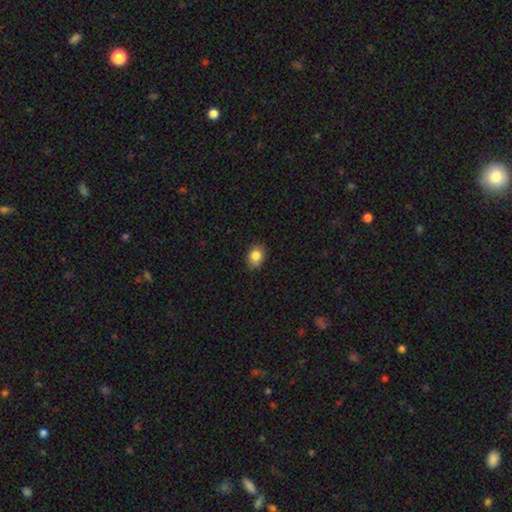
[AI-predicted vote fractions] Smooth or featured? smooth (85%)
How rounded? in between (56%)
Merging? none (83%)